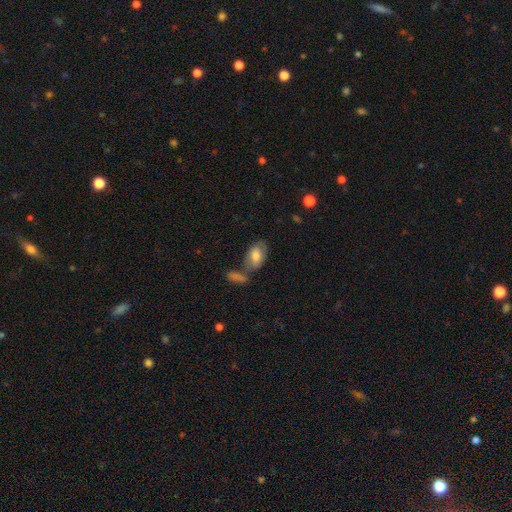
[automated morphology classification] smooth 73%, featured or disk 20%, star or artifact 6%. Down the decision tree: how rounded — in between (92%); merging — none (50%).